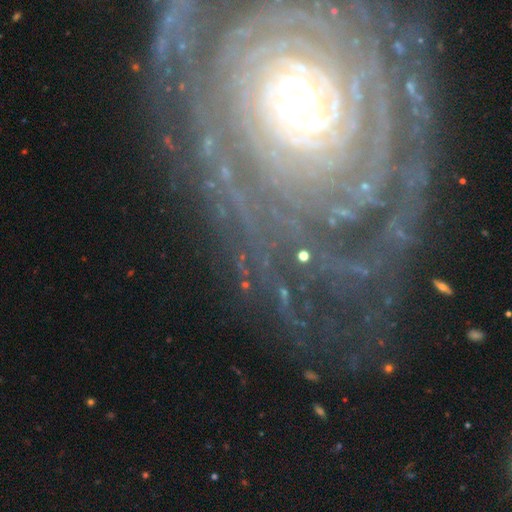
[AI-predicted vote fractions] A featured or disk galaxy (88%) with no bar (40%), tight (85%) spiral arms (94%) and a moderate central bulge (57%).

Vote fractions:
- Smooth or featured? featured or disk: 88% / star or artifact: 7% / smooth: 6%
- Edge-on disk? no: 96% / yes: 4%
- Bar? no: 40% / weak: 33% / strong: 27%
- Spiral arms? yes: 94% / no: 6%
- Spiral winding? tight: 85% / medium: 12% / loose: 3%
- Spiral arm count? can't tell: 30% / more than 4: 29% / 4: 13% / 2: 10% / 3: 10% / 1: 8%
- Bulge size? moderate: 57% / small: 28% / large: 12% / dominant: 2% / none: 1%
- Merging? none: 73% / minor disturbance: 15% / major disturbance: 10% / merger: 2%